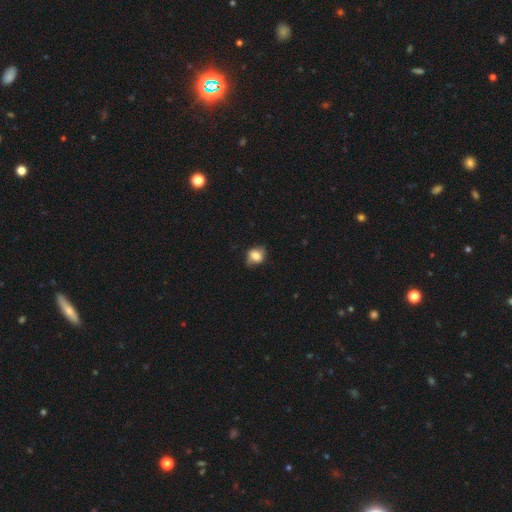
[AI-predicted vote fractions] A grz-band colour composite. It shows a smooth galaxy with no disk features (74%) that is round (55%). Merging: none (63%).